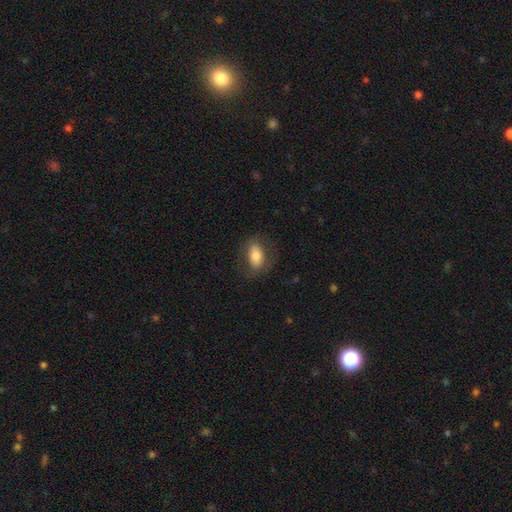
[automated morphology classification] Smooth or featured: smooth — 71% (featured or disk — 22%)
How rounded: in between — 87% (round — 10%)
Merging: none — 77% (minor disturbance — 14%)